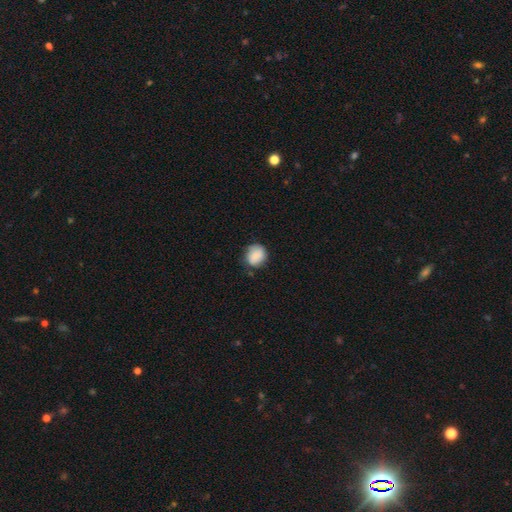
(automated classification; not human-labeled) Smooth or featured: smooth — 83% (featured or disk — 9%)
How rounded: round — 74% (in between — 26%)
Merging: none — 68% (minor disturbance — 25%)